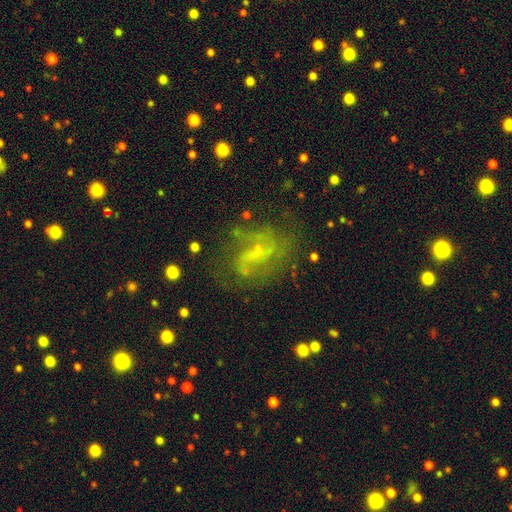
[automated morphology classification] smooth_or_featured: featured or disk (p=0.64) [alt: smooth p=0.21]
disk_edge_on: no (p=0.97) [alt: yes p=0.03]
bar: no (p=0.49) [alt: weak p=0.40]
has_spiral_arms: yes (p=0.71) [alt: no p=0.29]
bulge_size: small (p=0.59) [alt: none p=0.27]
merging: none (p=0.57) [alt: minor disturbance p=0.20]